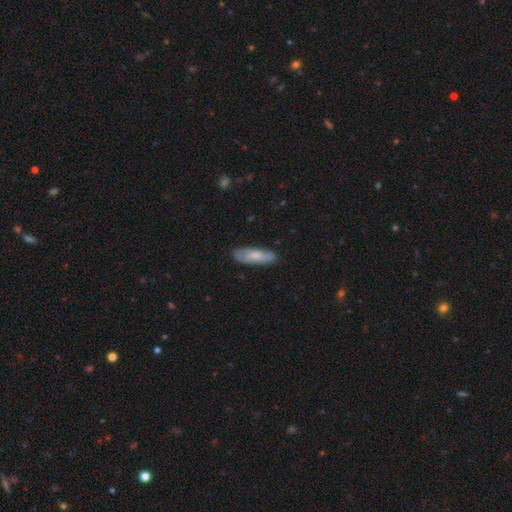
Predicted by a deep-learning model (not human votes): Smooth or featured? smooth (72%)
How rounded? in between (51%)
Merging? none (82%)